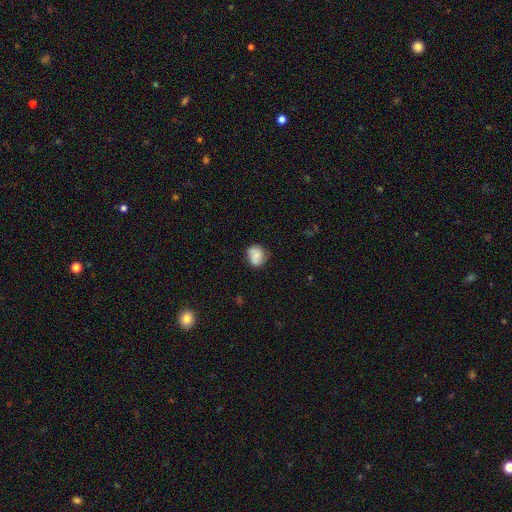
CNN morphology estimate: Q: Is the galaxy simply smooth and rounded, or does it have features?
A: smooth — 71%.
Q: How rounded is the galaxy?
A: round — 69%.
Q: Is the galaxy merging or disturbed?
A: none — 65%.